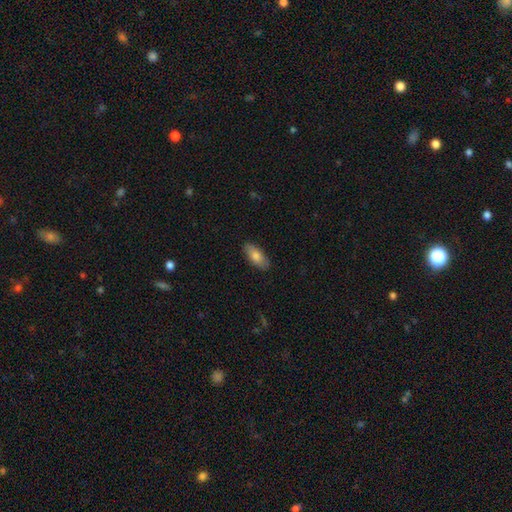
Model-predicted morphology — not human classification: Smooth or featured? smooth (79%)
How rounded? in between (85%)
Merging? none (87%)